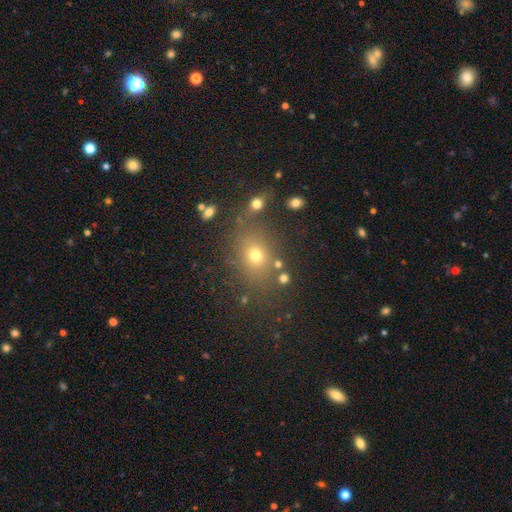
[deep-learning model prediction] The model was most divided on "how rounded": round: 50%, in between: 49%, cigar-shaped: 2%. More confident: merging — none (75%); smooth or featured — smooth (65%).